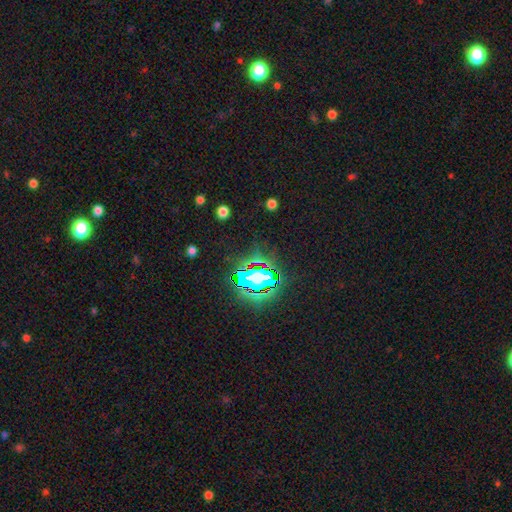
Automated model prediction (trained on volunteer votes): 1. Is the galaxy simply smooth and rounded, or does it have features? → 82% star or artifact, 11% smooth, 7% featured or disk.